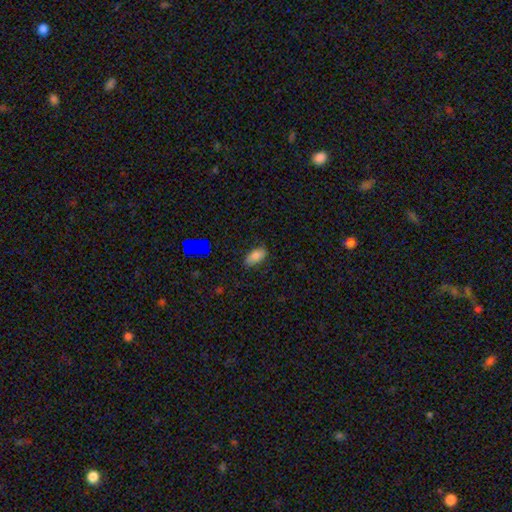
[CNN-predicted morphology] type=smooth (78%); roundness=in between (92%); merging=none (77%).